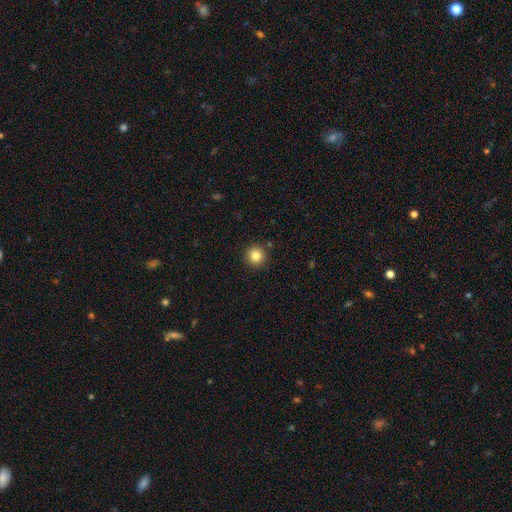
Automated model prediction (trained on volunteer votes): The model was most divided on "smooth or featured": smooth: 83%, star or artifact: 11%, featured or disk: 6%. More confident: how rounded — round (95%); merging — none (90%).